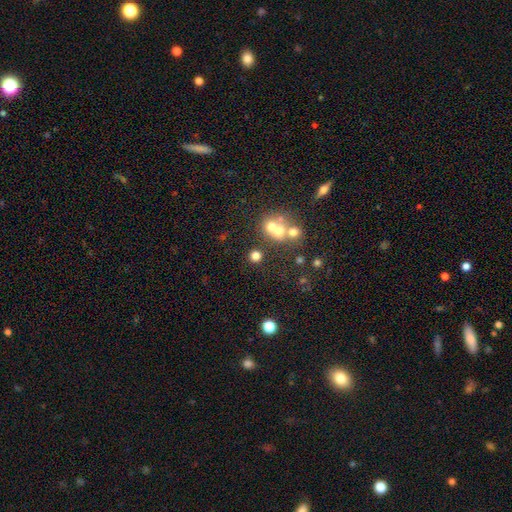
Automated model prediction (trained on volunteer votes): Smooth or featured? Predicted: smooth (p=0.69). How rounded? Predicted: round (p=0.86). Merging? Predicted: none (p=0.61).